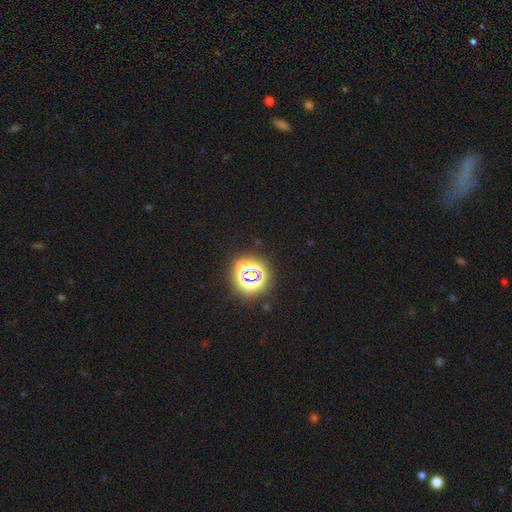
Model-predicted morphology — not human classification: Q: Smooth or featured?
A: star or artifact (79%); runner-up: smooth (15%)